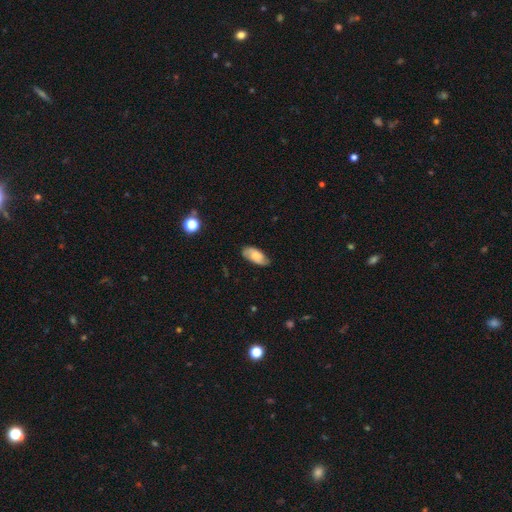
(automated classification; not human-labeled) smooth_or_featured: smooth (p=0.57) [alt: featured or disk p=0.35]
how_rounded: in between (p=0.89) [alt: cigar-shaped p=0.08]
merging: none (p=0.77) [alt: minor disturbance p=0.18]